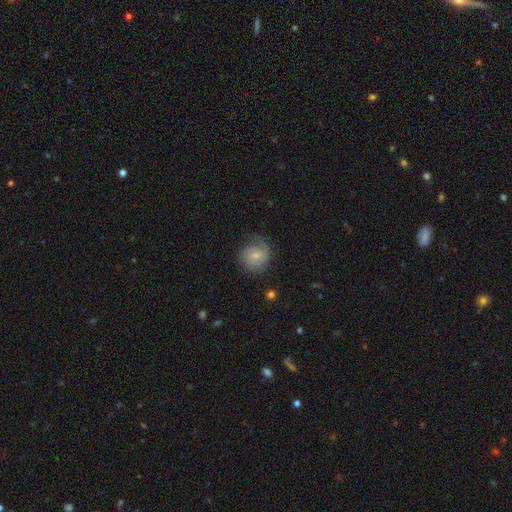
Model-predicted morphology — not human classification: Smooth or featured? Predicted: featured or disk (p=0.49). Merging? Predicted: none (p=0.63).